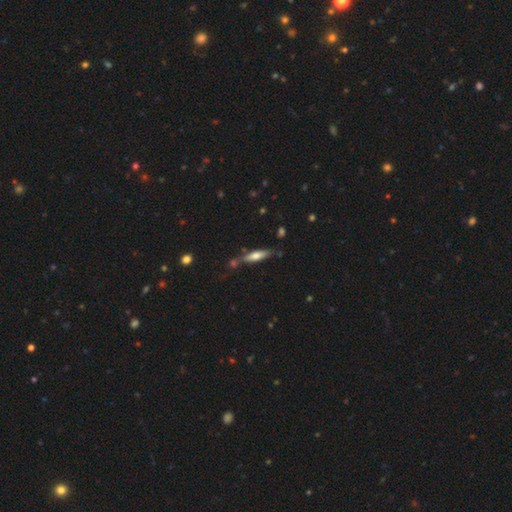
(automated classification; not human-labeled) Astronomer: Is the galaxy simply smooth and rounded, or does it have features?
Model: smooth — 56% (runner-up: featured or disk, 37%).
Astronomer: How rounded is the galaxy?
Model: cigar-shaped — 72%.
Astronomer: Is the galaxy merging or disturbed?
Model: none — 67%.